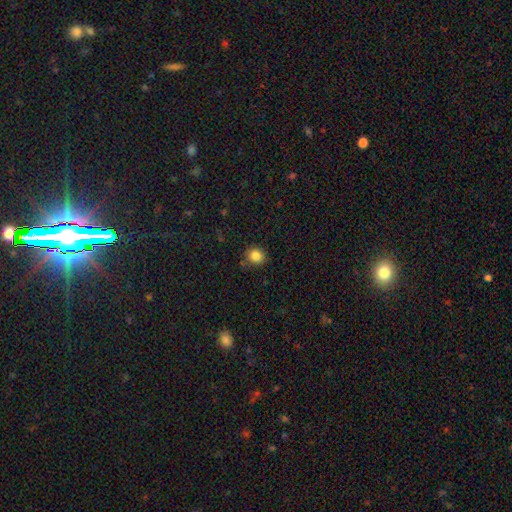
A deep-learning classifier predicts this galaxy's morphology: Smooth or featured?
  - smooth: 84% *
  - star or artifact: 11%
  - featured or disk: 5%
How rounded?
  - round: 80% *
  - in between: 19%
  - cigar-shaped: 1%
Merging?
  - none: 83% *
  - minor disturbance: 12%
  - major disturbance: 3%
  - merger: 3%